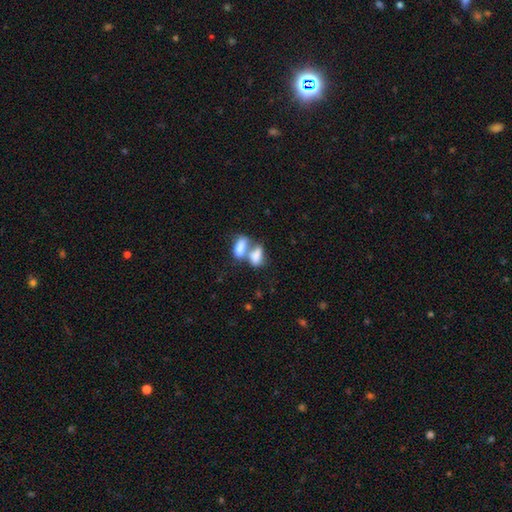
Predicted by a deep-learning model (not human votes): This is likely a smooth galaxy (78%). How rounded: clearly in between (88%). Merging: likely merger (71%).